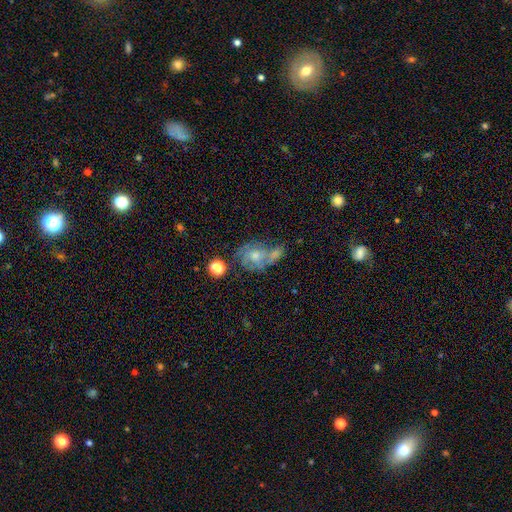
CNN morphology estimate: featured or disk 57%, smooth 29%, star or artifact 14%. Down the decision tree: edge-on disk — no (96%); bar — no (73%); spiral arms — yes (73%); bulge size — moderate (58%); merging — none (38%).